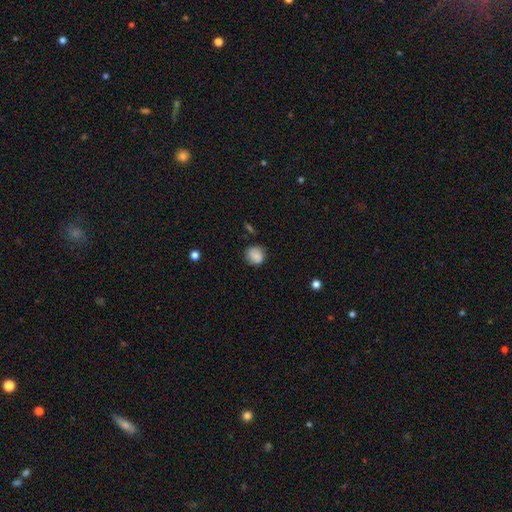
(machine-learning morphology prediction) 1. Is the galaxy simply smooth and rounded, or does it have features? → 83% smooth, 9% star or artifact, 8% featured or disk.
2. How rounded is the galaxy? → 84% round, 15% in between, 1% cigar-shaped.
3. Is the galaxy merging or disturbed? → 79% none, 15% minor disturbance, 4% major disturbance, 2% merger.